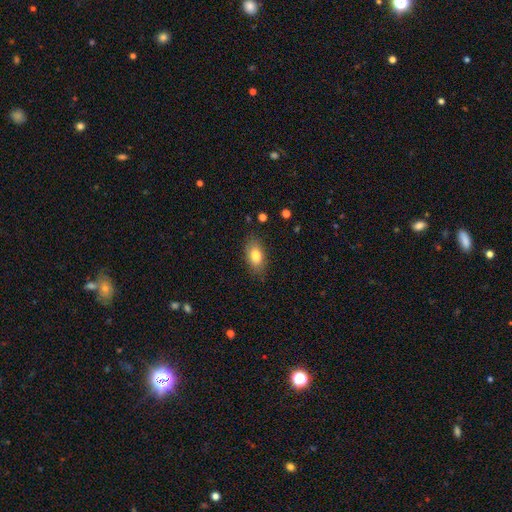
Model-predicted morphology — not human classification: Smooth or featured: smooth — 81% (featured or disk — 11%)
How rounded: in between — 89% (round — 8%)
Merging: none — 84% (minor disturbance — 12%)